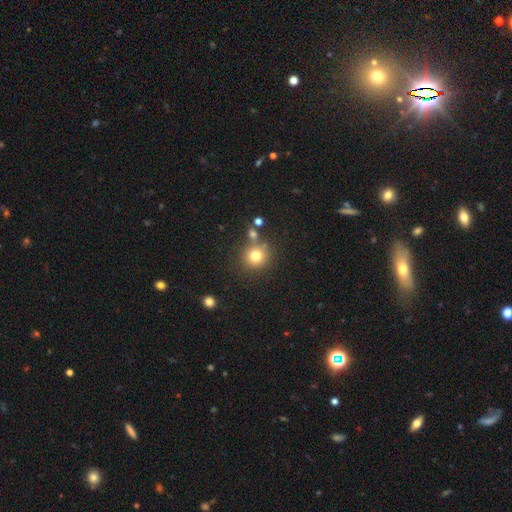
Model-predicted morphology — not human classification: type=smooth (76%); roundness=round (90%); merging=none (73%).